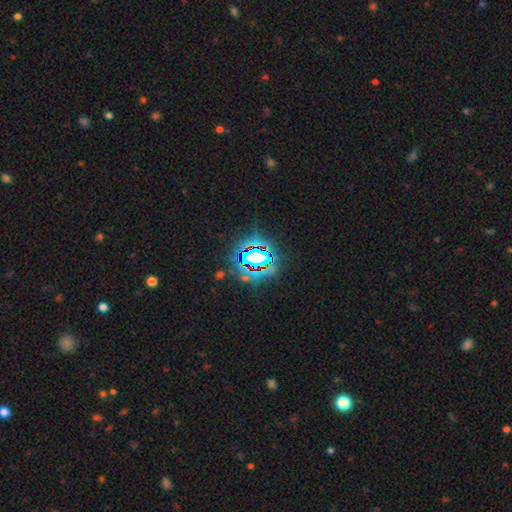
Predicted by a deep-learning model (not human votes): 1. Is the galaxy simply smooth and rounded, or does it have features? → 81% star or artifact, 12% smooth, 7% featured or disk.